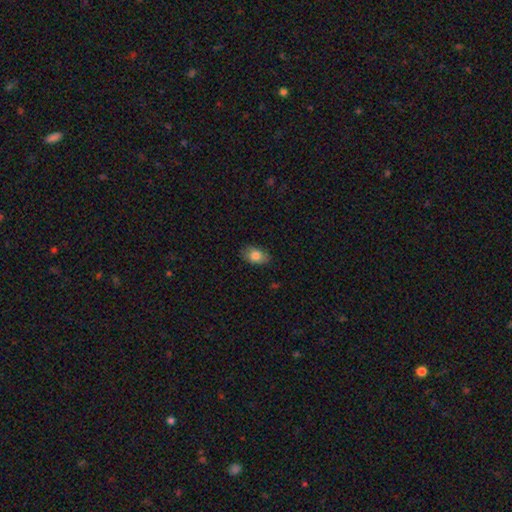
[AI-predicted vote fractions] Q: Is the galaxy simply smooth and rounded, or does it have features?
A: smooth — 82%.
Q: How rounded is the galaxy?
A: in between — 85%.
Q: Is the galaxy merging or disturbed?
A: none — 82%.